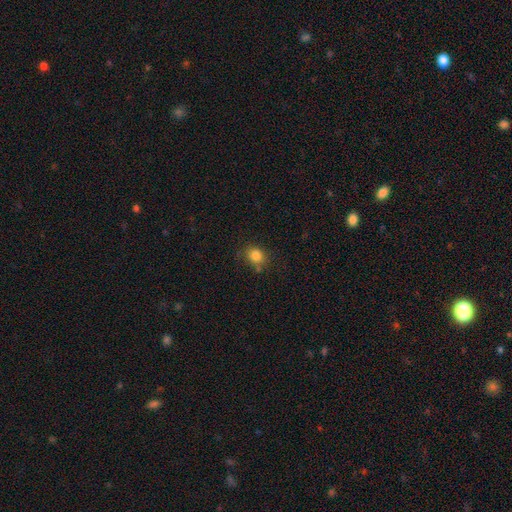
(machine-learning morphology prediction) The model was most divided on "how rounded": round: 65%, in between: 34%, cigar-shaped: 1%. More confident: smooth or featured — smooth (83%); merging — none (72%).